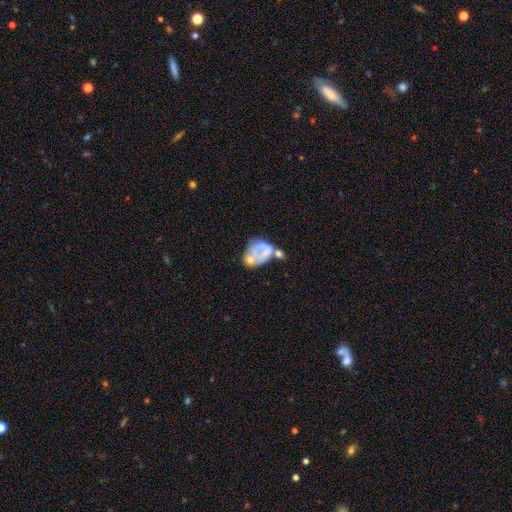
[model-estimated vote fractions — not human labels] The model was most divided on "smooth or featured": featured or disk: 47%, smooth: 43%, star or artifact: 10%. Remaining: merging — merger (32%).